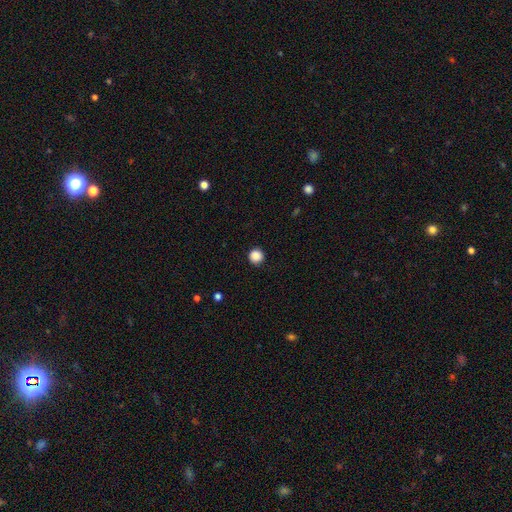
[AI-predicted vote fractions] smooth-or-featured: smooth: 88% | star or artifact: 10% | featured or disk: 2%
  how-rounded: round: 96% | in between: 3% | cigar-shaped: 1%
  merging: none: 92% | minor disturbance: 5% | major disturbance: 2% | merger: 1%